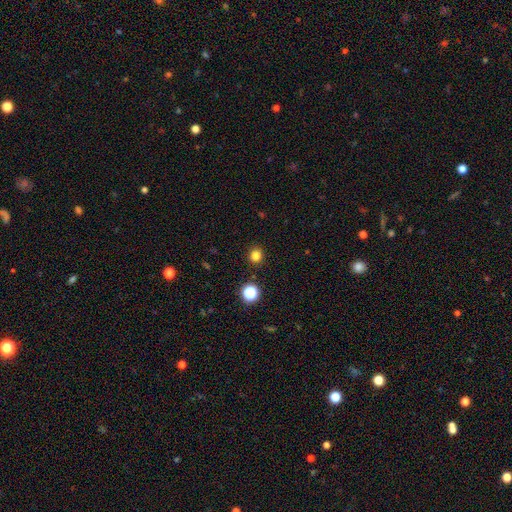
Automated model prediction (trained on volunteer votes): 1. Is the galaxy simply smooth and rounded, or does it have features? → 80% smooth, 15% star or artifact, 4% featured or disk.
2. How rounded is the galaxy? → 90% round, 9% in between, 1% cigar-shaped.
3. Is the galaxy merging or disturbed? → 92% none, 5% minor disturbance, 2% major disturbance, 1% merger.